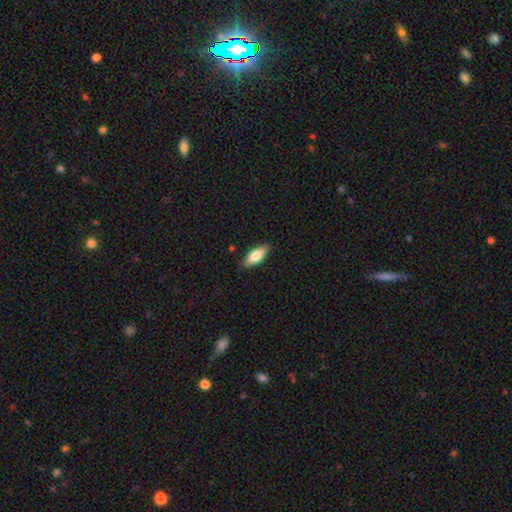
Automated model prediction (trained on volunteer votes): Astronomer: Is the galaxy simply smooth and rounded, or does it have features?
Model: smooth — 70%.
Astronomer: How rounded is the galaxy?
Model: in between — 72%.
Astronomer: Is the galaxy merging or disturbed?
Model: none — 87%.